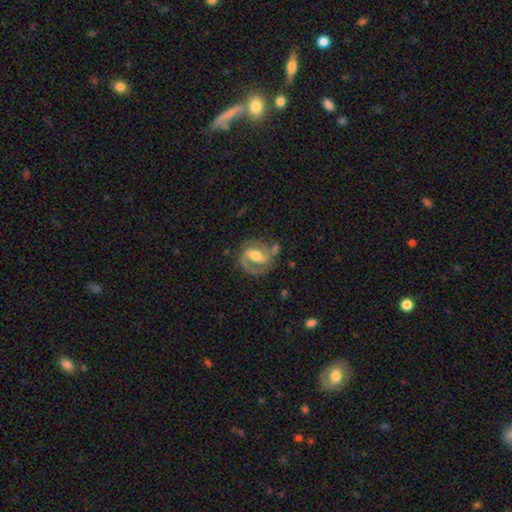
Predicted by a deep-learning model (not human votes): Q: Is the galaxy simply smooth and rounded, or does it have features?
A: featured or disk — 83%.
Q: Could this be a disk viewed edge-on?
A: no — 97%.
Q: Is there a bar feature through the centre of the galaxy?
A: weak — 44%.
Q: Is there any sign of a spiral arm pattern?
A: yes — 93%.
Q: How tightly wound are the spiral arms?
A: medium — 52%.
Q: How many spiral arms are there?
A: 2 — 78%.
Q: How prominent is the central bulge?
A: moderate — 64%.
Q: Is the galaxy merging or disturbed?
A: none — 67%.